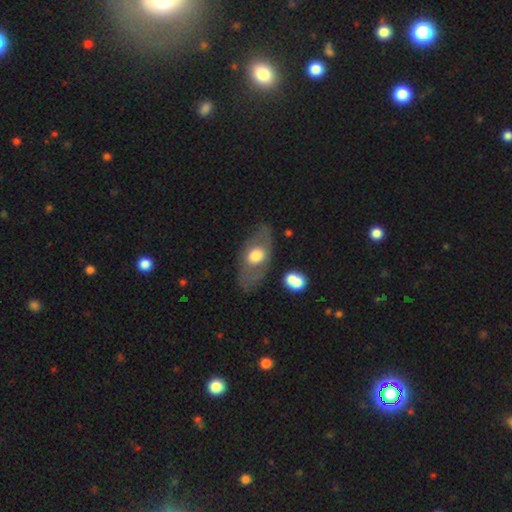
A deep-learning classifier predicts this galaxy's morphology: smooth-or-featured: featured or disk: 48% | smooth: 45% | star or artifact: 6%
  merging: none: 68% | minor disturbance: 18% | major disturbance: 9% | merger: 4%